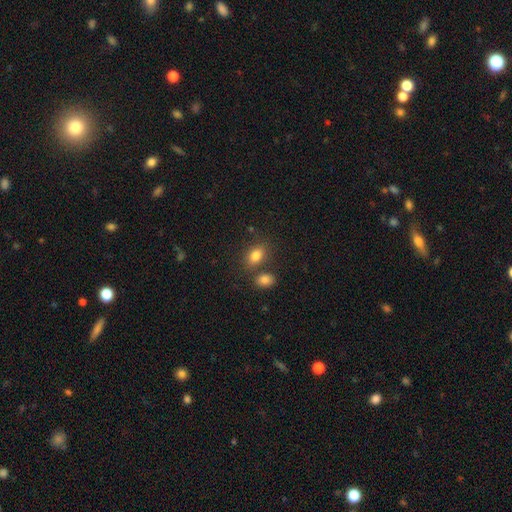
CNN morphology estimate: A smooth galaxy with no disk features (82%) that is in between round and cigar-shaped (84%). Merging: none (67%).